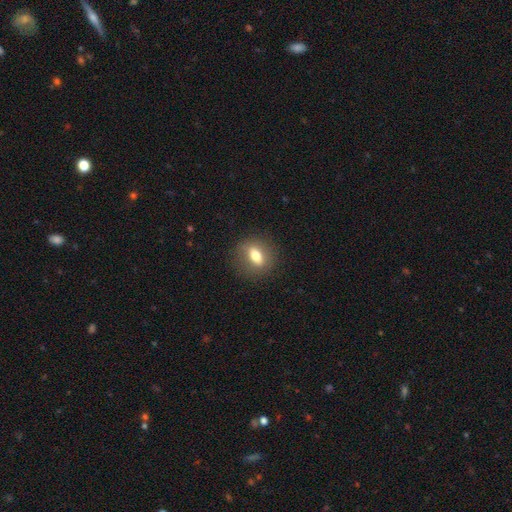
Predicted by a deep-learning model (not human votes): smooth_or_featured: smooth (p=0.66) [alt: featured or disk p=0.25]
how_rounded: in between (p=0.59) [alt: round p=0.33]
merging: none (p=0.85) [alt: minor disturbance p=0.10]